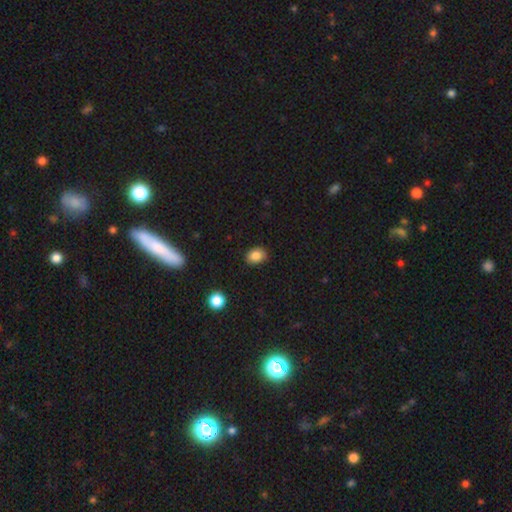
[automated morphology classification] The model was most divided on "how rounded": in between: 62%, round: 37%, cigar-shaped: 1%. More confident: merging — none (87%); smooth or featured — smooth (84%).